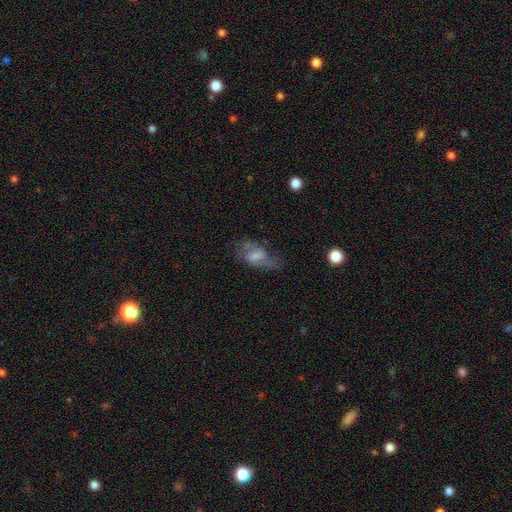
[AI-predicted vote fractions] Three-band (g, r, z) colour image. It shows a featured or disk galaxy (49%). Merging: none (52%).